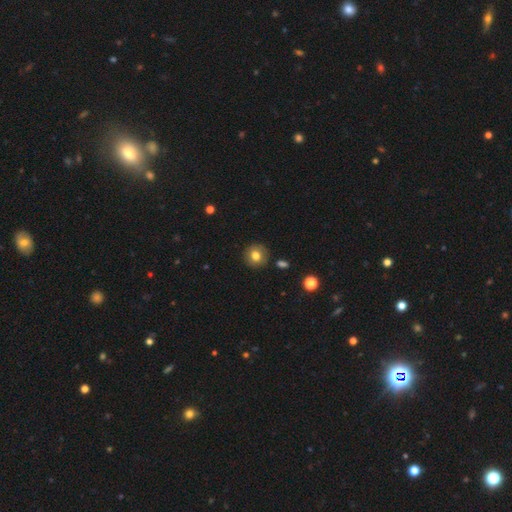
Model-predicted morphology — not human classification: smooth-or-featured: smooth: 79% | star or artifact: 10% | featured or disk: 10%
  how-rounded: round: 91% | in between: 8% | cigar-shaped: 1%
  merging: none: 88% | minor disturbance: 8% | major disturbance: 2% | merger: 2%